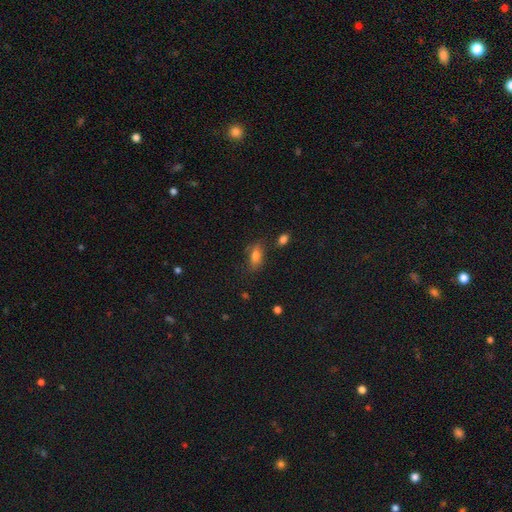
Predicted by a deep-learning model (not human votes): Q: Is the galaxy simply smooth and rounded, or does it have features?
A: smooth — 75%.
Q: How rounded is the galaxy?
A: in between — 83%.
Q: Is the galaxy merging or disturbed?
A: none — 68%.